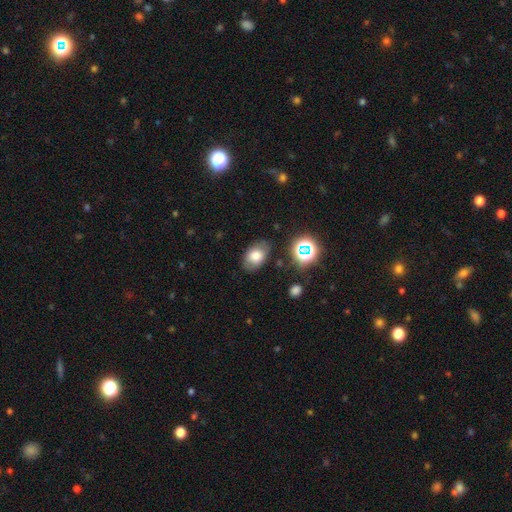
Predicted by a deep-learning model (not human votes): Smooth or featured?
  - smooth: 72% *
  - featured or disk: 16%
  - star or artifact: 12%
How rounded?
  - in between: 85% *
  - round: 14%
  - cigar-shaped: 1%
Merging?
  - none: 78% *
  - minor disturbance: 16%
  - major disturbance: 4%
  - merger: 2%